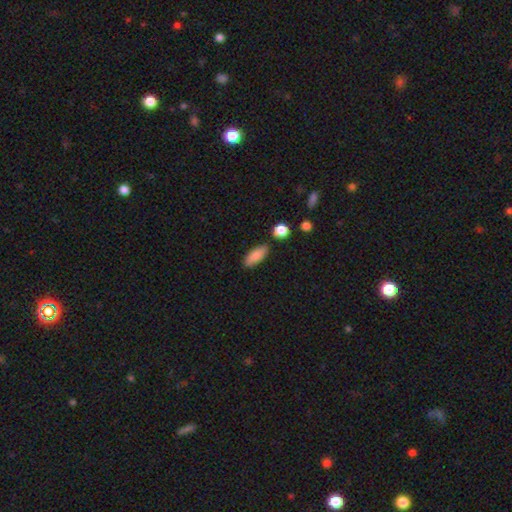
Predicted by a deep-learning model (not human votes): Overall: smooth (84%). How rounded: in between (80%). Merging: none (81%).